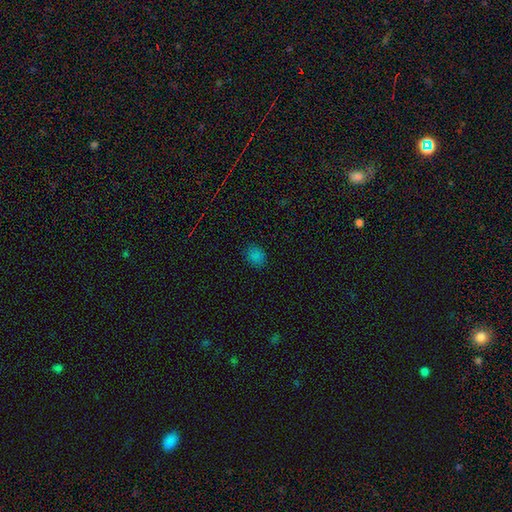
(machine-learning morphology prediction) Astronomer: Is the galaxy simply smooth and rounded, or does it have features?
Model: smooth — 79%.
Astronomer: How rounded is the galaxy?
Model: in between — 55% (runner-up: round, 44%).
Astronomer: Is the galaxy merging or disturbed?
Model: none — 86%.